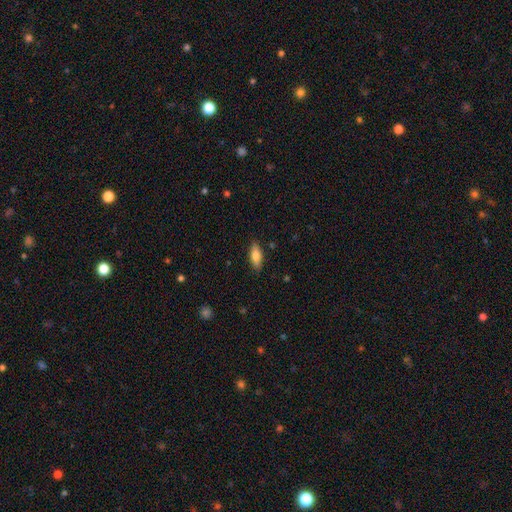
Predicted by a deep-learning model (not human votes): Overall: smooth (75%). How rounded: in between (68%; cigar-shaped 30%). Merging: none (86%).